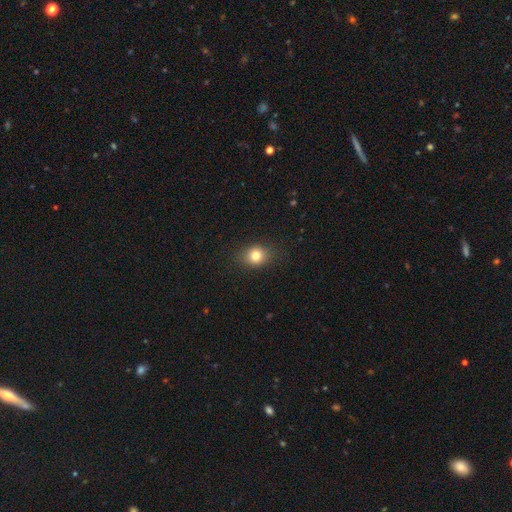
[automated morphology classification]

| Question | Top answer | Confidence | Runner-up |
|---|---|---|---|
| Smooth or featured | smooth | 80% | star or artifact (12%) |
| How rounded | round | 67% | in between (32%) |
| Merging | none | 85% | minor disturbance (11%) |